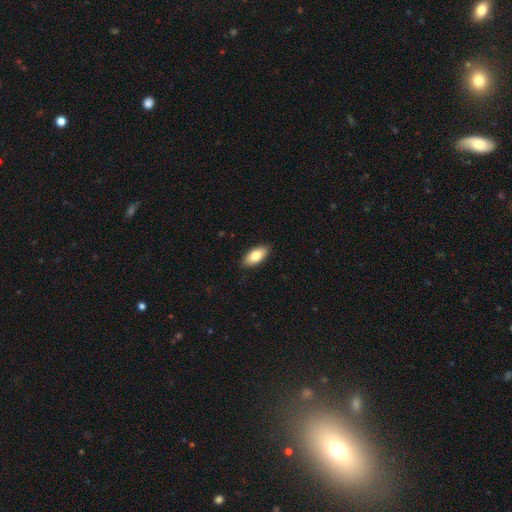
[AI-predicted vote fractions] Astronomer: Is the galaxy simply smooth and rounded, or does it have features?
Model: smooth — 82%.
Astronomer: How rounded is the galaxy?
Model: in between — 89%.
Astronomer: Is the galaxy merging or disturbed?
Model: none — 89%.